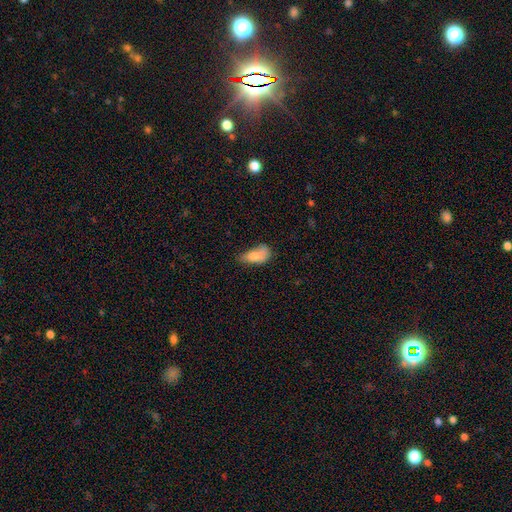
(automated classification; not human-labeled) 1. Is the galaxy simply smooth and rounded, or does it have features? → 75% smooth, 16% featured or disk, 9% star or artifact.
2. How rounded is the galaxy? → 87% in between, 7% cigar-shaped, 6% round.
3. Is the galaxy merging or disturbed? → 35% minor disturbance, 29% none, 24% major disturbance, 12% merger.